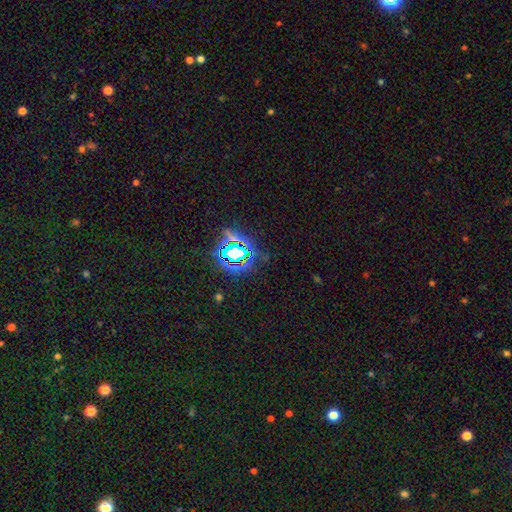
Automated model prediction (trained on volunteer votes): Smooth or featured: star or artifact — 77% (smooth — 15%)